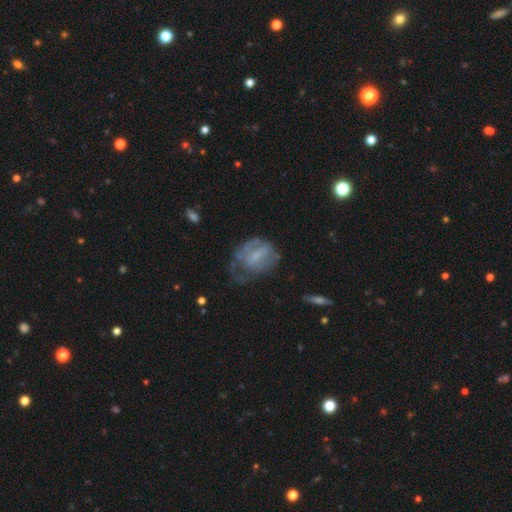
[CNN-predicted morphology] Smooth or featured: featured or disk — 49% (smooth — 41%)
Merging: none — 35% (major disturbance — 33%)